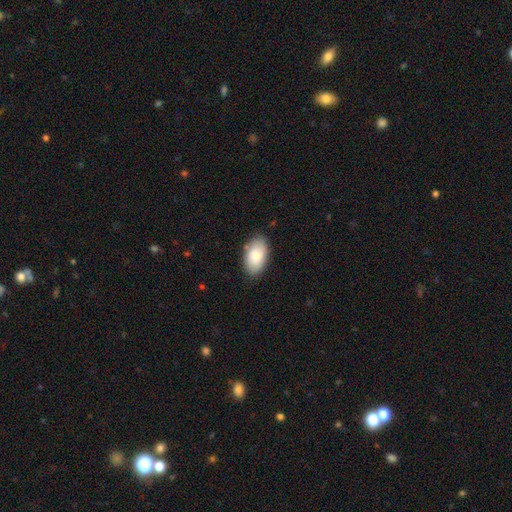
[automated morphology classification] type=smooth (84%); roundness=in between (95%); merging=none (83%).